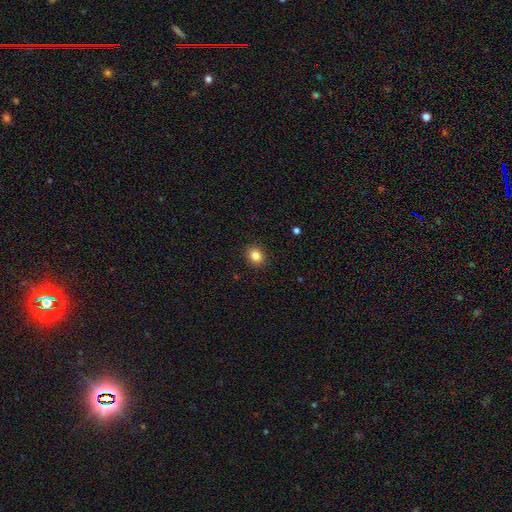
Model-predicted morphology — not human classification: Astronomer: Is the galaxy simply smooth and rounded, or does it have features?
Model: smooth — 84%.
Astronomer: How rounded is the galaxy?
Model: round — 67%.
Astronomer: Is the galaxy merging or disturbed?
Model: none — 91%.